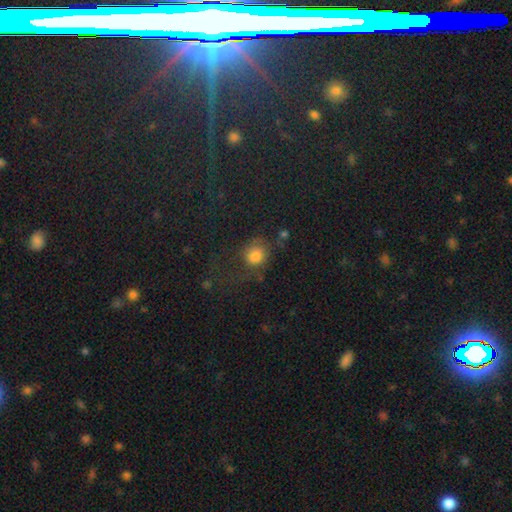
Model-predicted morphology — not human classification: A smooth galaxy with no disk features (77%) that is round (80%).

Vote fractions:
- Smooth or featured? smooth: 77% / star or artifact: 13% / featured or disk: 10%
- How rounded? round: 80% / in between: 19% / cigar-shaped: 2%
- Merging? none: 54% / major disturbance: 21% / minor disturbance: 20% / merger: 5%